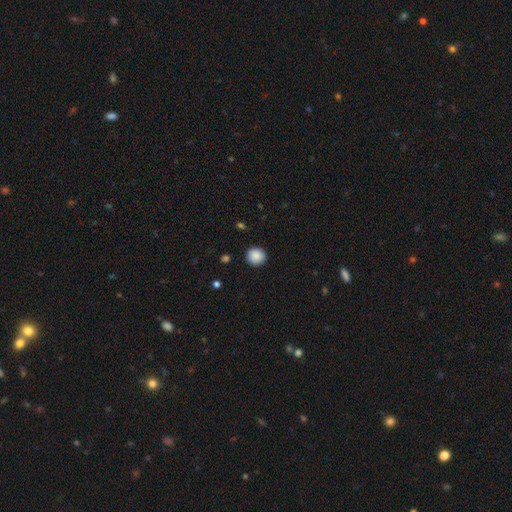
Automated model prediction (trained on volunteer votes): Smooth or featured: smooth — 89% (star or artifact — 8%)
How rounded: round — 91% (in between — 8%)
Merging: none — 91% (minor disturbance — 6%)